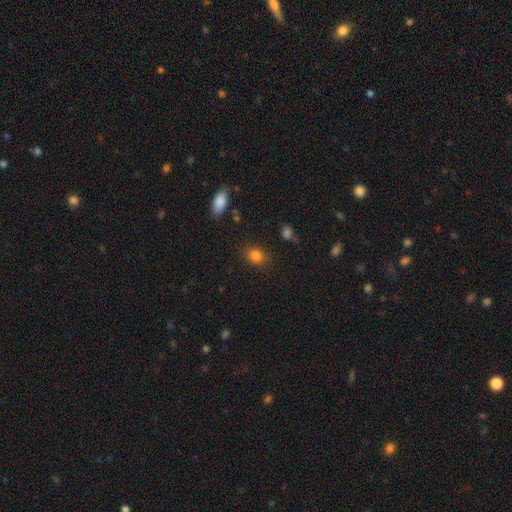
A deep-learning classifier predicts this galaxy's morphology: This appears to be a smooth galaxy with no disk features (83%) that is in between round and cigar-shaped (59%). Merging: none (83%).